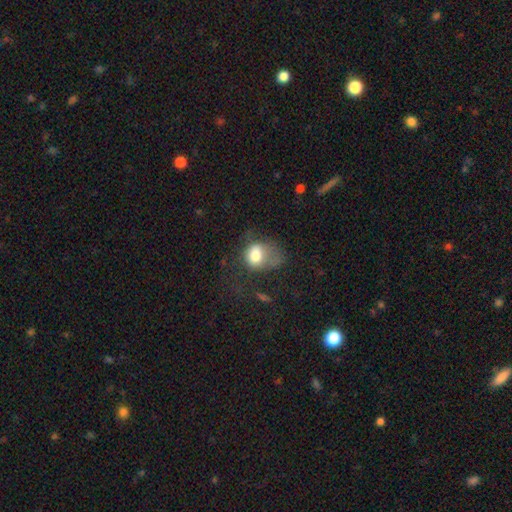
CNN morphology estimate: Smooth or featured: smooth — 73% (featured or disk — 17%)
How rounded: in between — 58% (round — 41%)
Merging: major disturbance — 48% (minor disturbance — 26%)